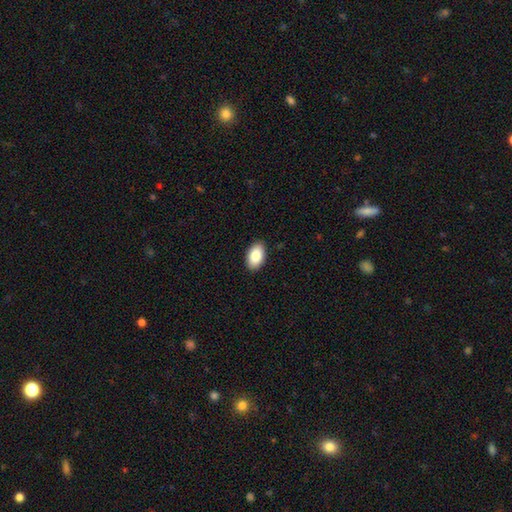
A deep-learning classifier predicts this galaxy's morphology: This is clearly a smooth galaxy (86%). How rounded: clearly in between (94%). Merging: clearly none (90%).